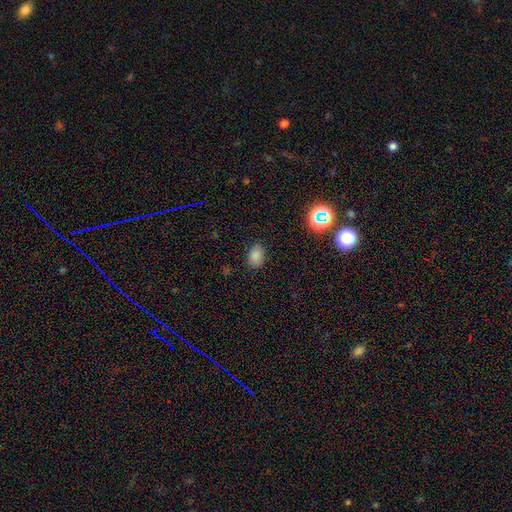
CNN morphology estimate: Smooth or featured: smooth — 81% (star or artifact — 15%)
How rounded: in between — 85% (round — 13%)
Merging: none — 82% (minor disturbance — 13%)